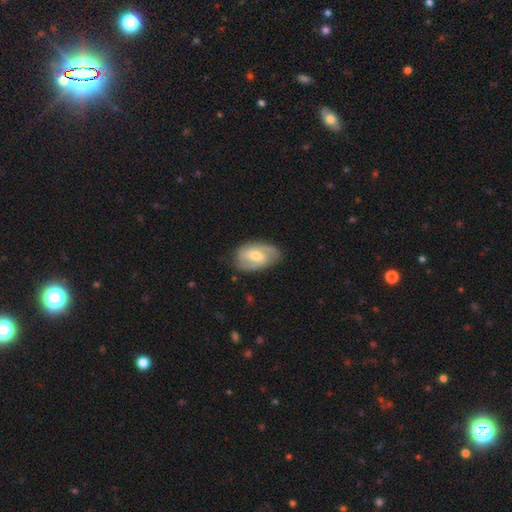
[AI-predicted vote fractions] Morphology: type=featured or disk (65%); edge-on=no (95%); bar=weak (50%); spiral arms=yes (82%); winding=medium (45%); arm count=2 (75%); bulge=moderate (57%); merging=none (76%).